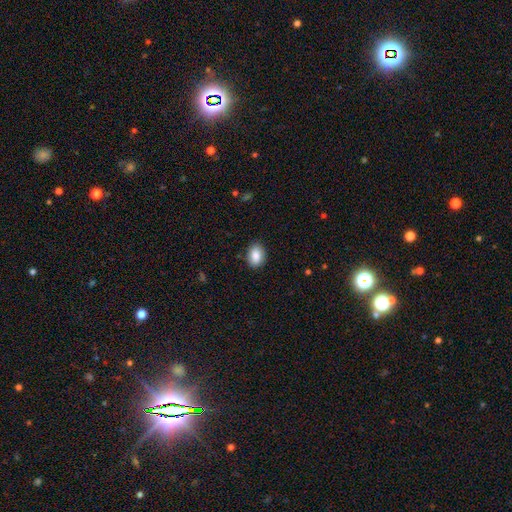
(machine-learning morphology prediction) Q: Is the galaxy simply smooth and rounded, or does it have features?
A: smooth — 87%.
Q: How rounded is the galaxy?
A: in between — 80%.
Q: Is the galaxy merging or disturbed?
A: none — 87%.